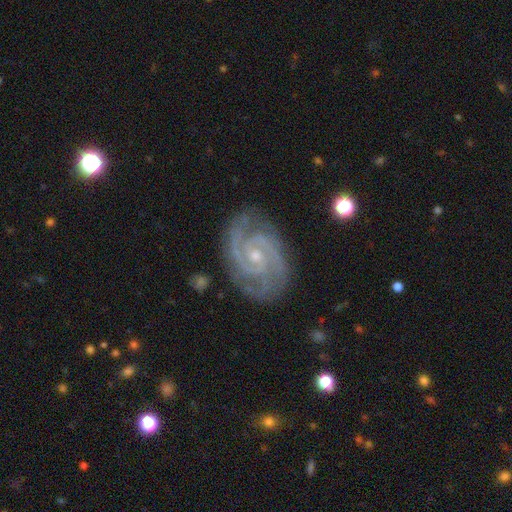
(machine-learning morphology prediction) Smooth or featured: featured or disk — 93% (star or artifact — 4%)
Edge-on disk: no — 98% (yes — 2%)
Bar: no — 58% (weak — 32%)
Spiral arms: yes — 99% (no — 1%)
Spiral winding: tight — 68% (medium — 29%)
Spiral arm count: 2 — 67% (3 — 18%)
Bulge size: small — 67% (moderate — 30%)
Merging: none — 80% (minor disturbance — 14%)